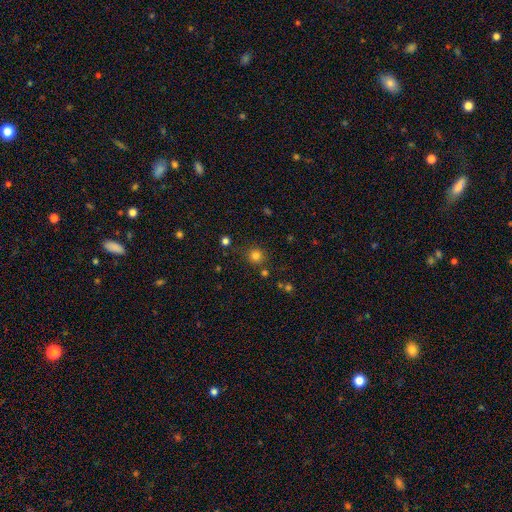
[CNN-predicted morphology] Smooth or featured? Predicted: smooth (p=0.80). How rounded? Predicted: round (p=0.92). Merging? Predicted: none (p=0.83).